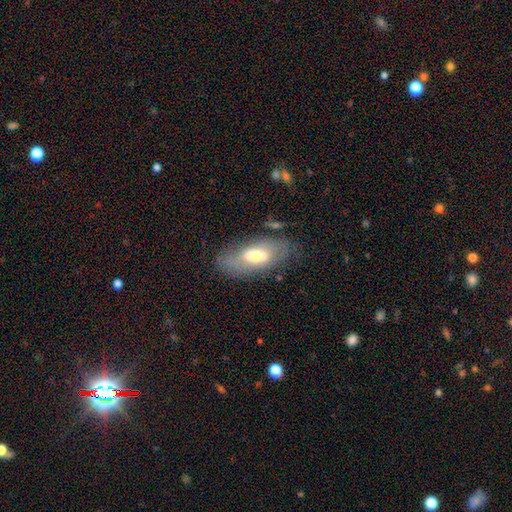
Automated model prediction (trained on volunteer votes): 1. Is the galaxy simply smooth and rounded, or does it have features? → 48% smooth, 44% featured or disk, 7% star or artifact.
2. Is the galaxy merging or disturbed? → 72% none, 19% minor disturbance, 7% major disturbance, 2% merger.